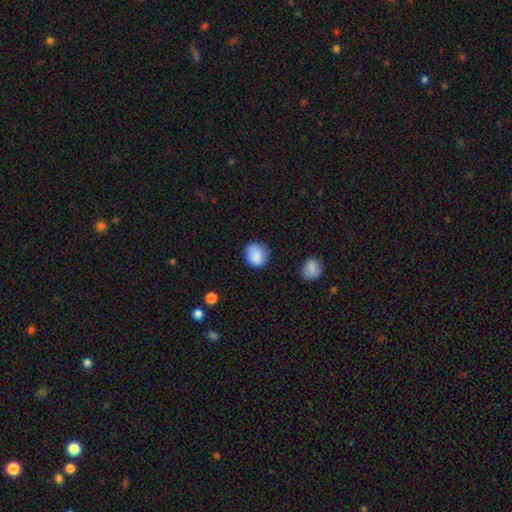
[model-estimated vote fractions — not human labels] Morphology: type=smooth (86%); roundness=round (76%); merging=none (76%).